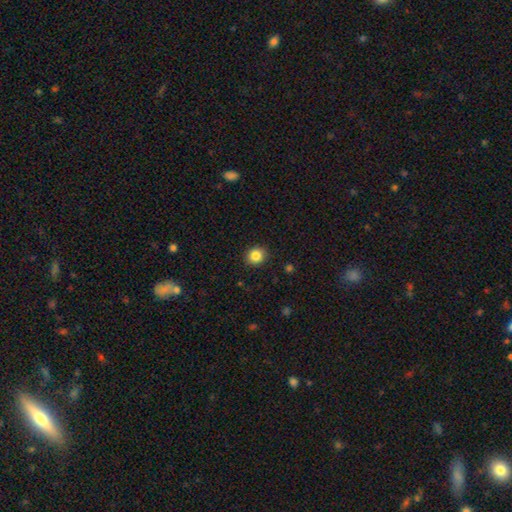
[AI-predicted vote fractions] Overall: smooth (85%). How rounded: round (85%). Merging: none (91%).